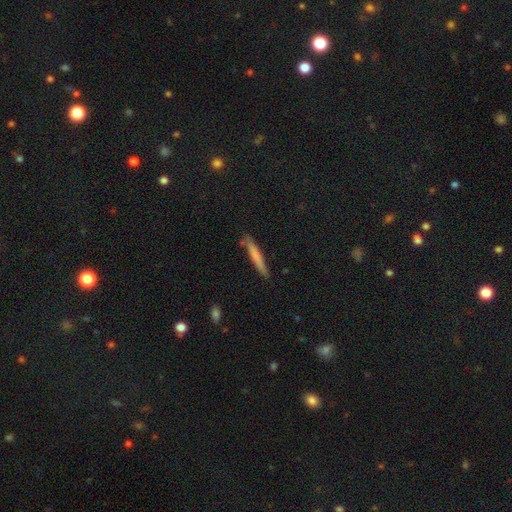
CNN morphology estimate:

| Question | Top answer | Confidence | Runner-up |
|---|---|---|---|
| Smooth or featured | smooth | 68% | featured or disk (25%) |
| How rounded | cigar-shaped | 95% | in between (4%) |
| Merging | none | 83% | minor disturbance (12%) |